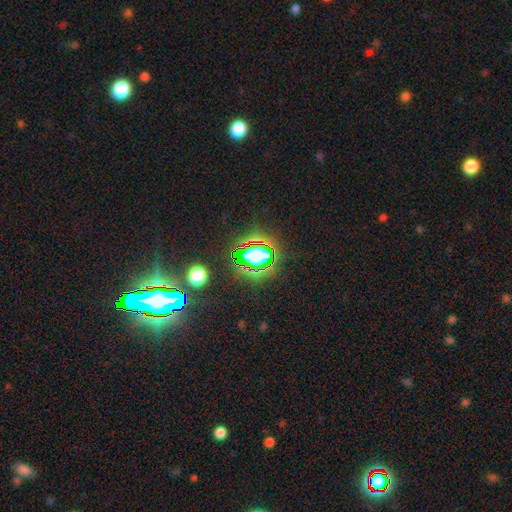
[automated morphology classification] smooth_or_featured: star or artifact (p=0.68) [alt: smooth p=0.20]